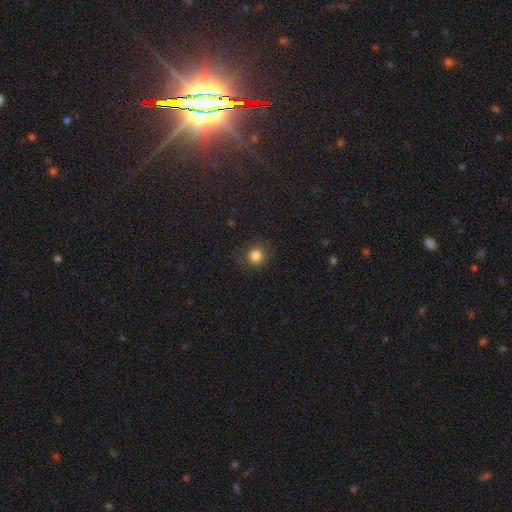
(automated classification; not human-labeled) A smooth galaxy with no disk features (84%) that is round (92%).

Vote fractions:
- Smooth or featured? smooth: 84% / star or artifact: 12% / featured or disk: 4%
- How rounded? round: 92% / in between: 7% / cigar-shaped: 1%
- Merging? none: 87% / minor disturbance: 8% / major disturbance: 3% / merger: 1%